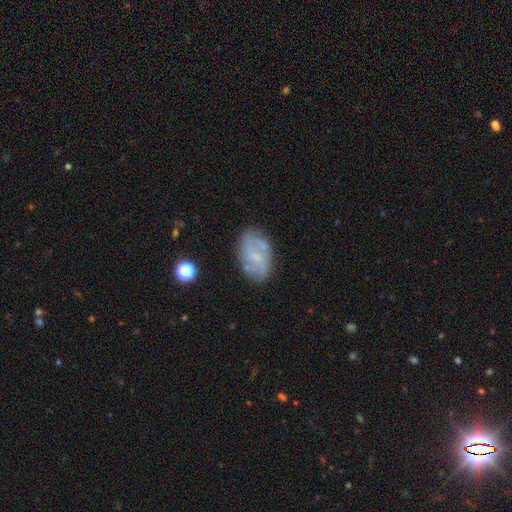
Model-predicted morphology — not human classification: featured or disk 61%, smooth 31%, star or artifact 8%. Down the decision tree: edge-on disk — no (97%); bar — no (46%); spiral arms — yes (77%); bulge size — small (47%); merging — none (73%).